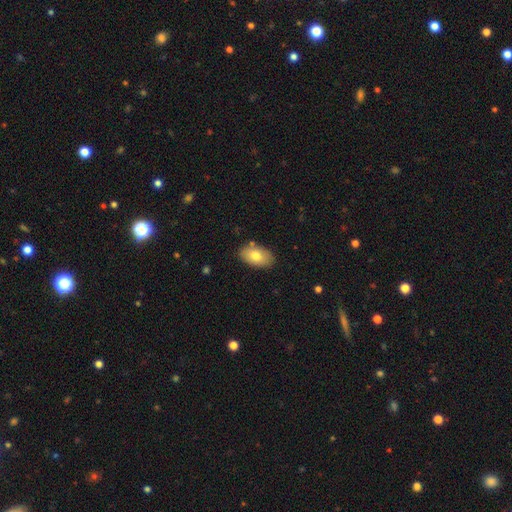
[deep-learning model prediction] smooth 76%, featured or disk 17%, star or artifact 7%. Down the decision tree: how rounded — in between (93%); merging — none (84%).